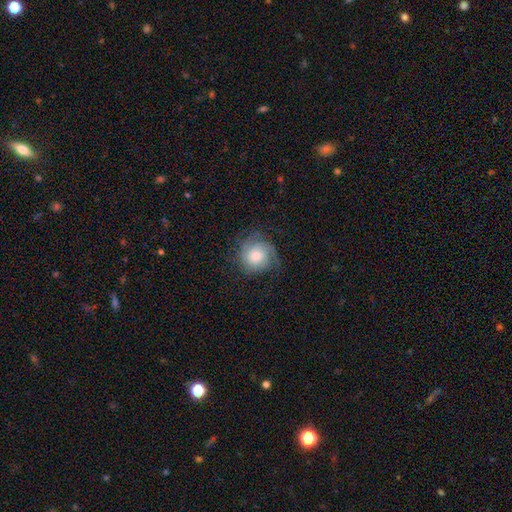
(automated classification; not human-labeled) Smooth or featured: featured or disk — 59% (smooth — 33%)
Edge-on disk: no — 98% (yes — 2%)
Bar: no — 79% (weak — 18%)
Spiral arms: yes — 92% (no — 8%)
Spiral winding: tight — 53% (medium — 33%)
Spiral arm count: 2 — 30% (can't tell — 27%)
Bulge size: moderate — 49% (large — 25%)
Merging: none — 69% (minor disturbance — 19%)